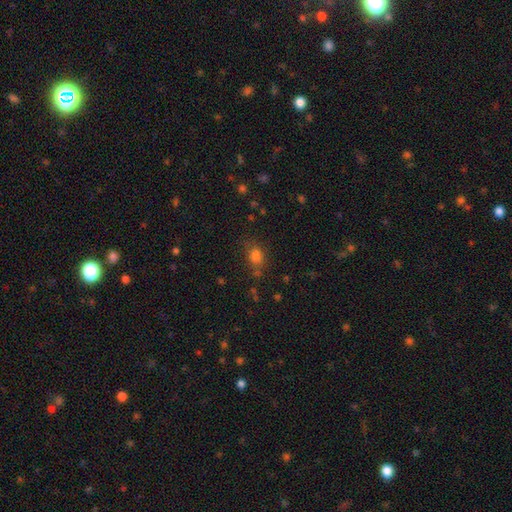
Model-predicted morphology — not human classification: This appears to be a smooth galaxy with no disk features (77%) that is in between round and cigar-shaped (58%). Merging: none (64%).